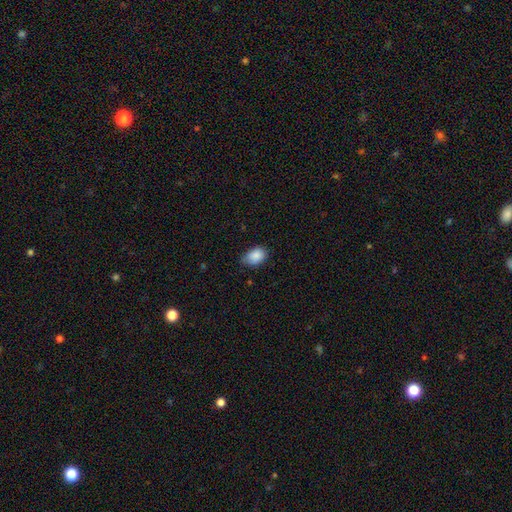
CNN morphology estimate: smooth 88%, star or artifact 7%, featured or disk 5%. Down the decision tree: how rounded — in between (83%); merging — none (67%).